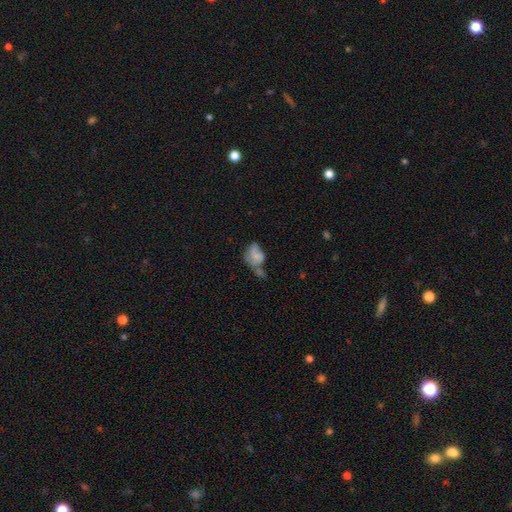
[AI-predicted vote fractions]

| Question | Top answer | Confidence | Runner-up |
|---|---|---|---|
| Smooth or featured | smooth | 57% | featured or disk (33%) |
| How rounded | in between | 72% | round (27%) |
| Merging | merger | 39% | none (21%) |